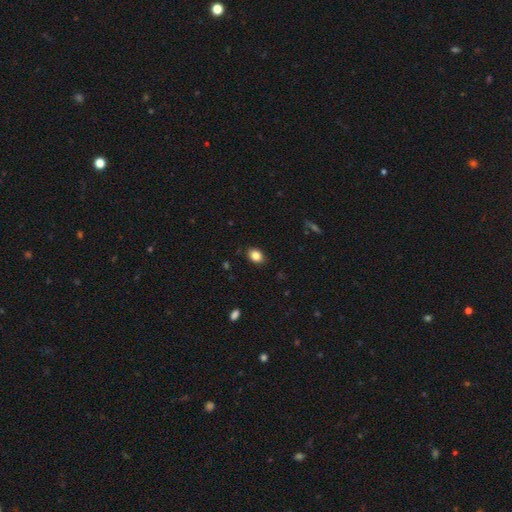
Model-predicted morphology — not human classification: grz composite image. It shows a smooth galaxy with no disk features (84%) that is in between round and cigar-shaped (70%). Merging: none (87%).